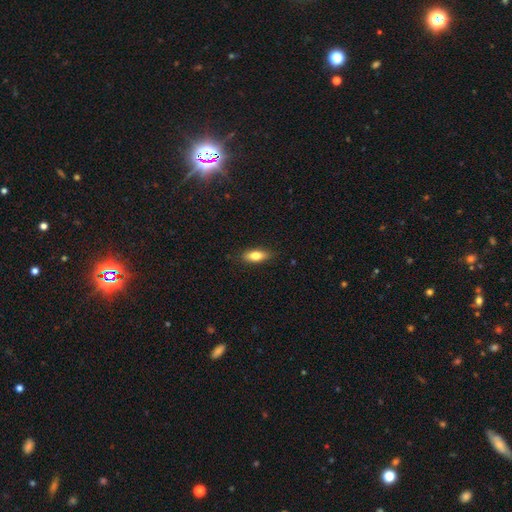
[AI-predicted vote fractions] Smooth or featured? Predicted: smooth (p=0.74). How rounded? Predicted: in between (p=0.69). Merging? Predicted: none (p=0.87).